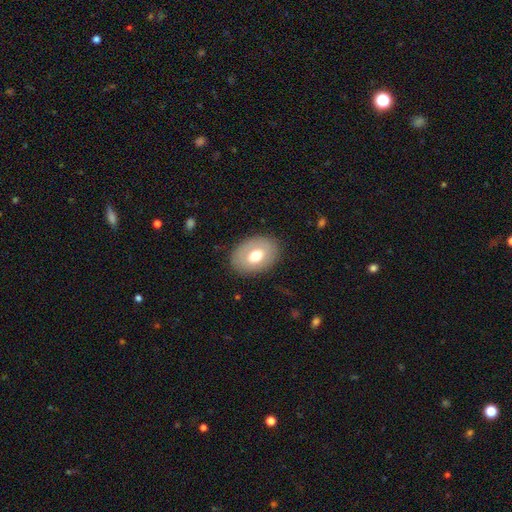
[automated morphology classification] Smooth or featured? smooth (66%)
How rounded? in between (77%)
Merging? none (85%)